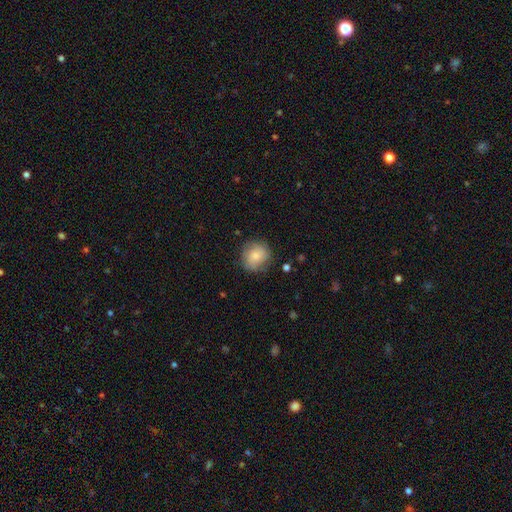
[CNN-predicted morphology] The model was most divided on "smooth or featured": smooth: 73%, featured or disk: 20%, star or artifact: 7%. More confident: how rounded — round (85%); merging — none (77%).